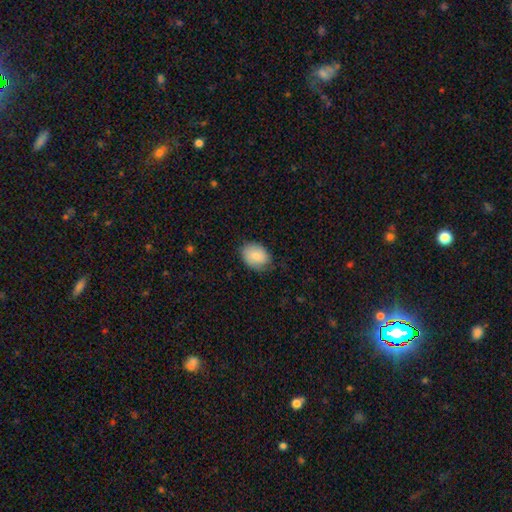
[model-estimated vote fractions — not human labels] Smooth or featured? Predicted: smooth (p=0.80). How rounded? Predicted: in between (p=0.70). Merging? Predicted: none (p=0.72).